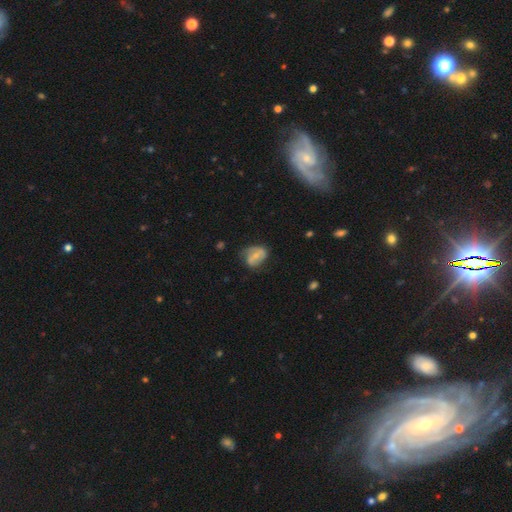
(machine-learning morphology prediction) Overall: featured or disk (47%; smooth 45%). Merging: none (48%; minor disturbance 34%).